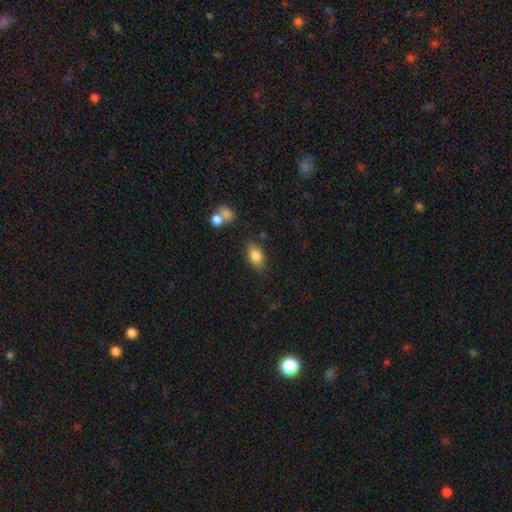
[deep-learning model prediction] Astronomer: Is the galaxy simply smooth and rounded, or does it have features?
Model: smooth — 82%.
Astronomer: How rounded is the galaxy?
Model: in between — 84%.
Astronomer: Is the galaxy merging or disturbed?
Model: none — 74%.